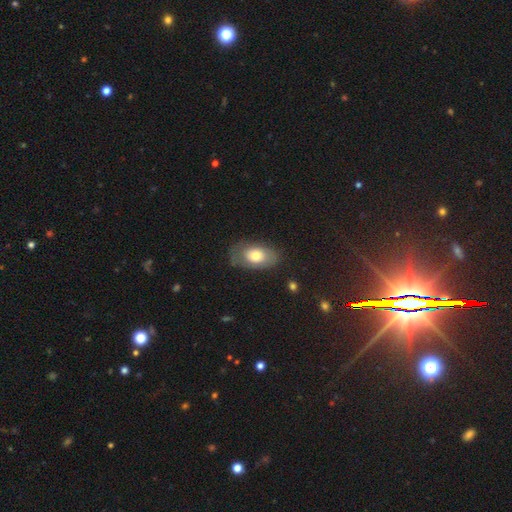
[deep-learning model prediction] Smooth or featured: smooth — 65% (featured or disk — 28%)
How rounded: in between — 89% (round — 10%)
Merging: none — 68% (minor disturbance — 23%)